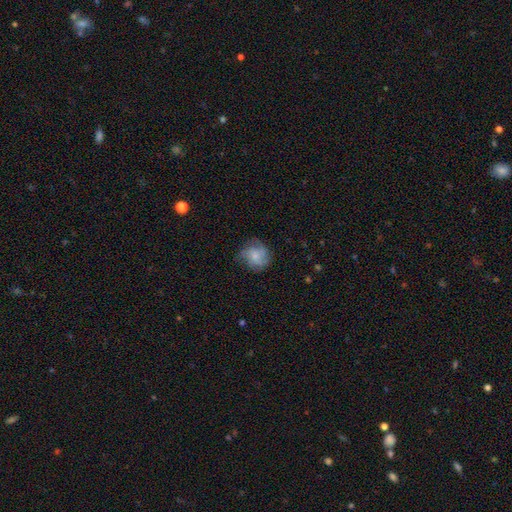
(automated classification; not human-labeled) Morphology: type=smooth (53%); roundness=round (79%); merging=none (62%).